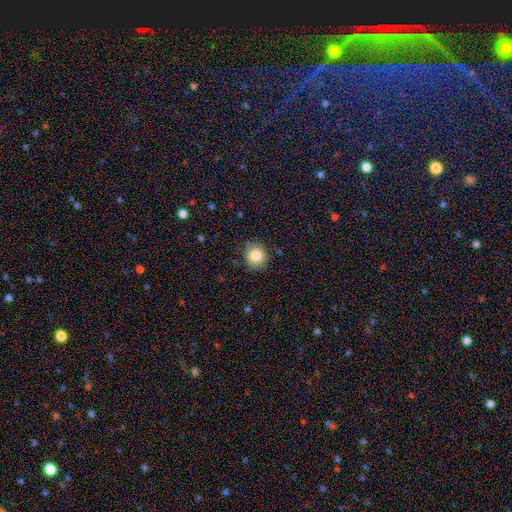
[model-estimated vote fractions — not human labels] Smooth or featured? Predicted: smooth (p=0.83). How rounded? Predicted: round (p=0.89). Merging? Predicted: none (p=0.83).